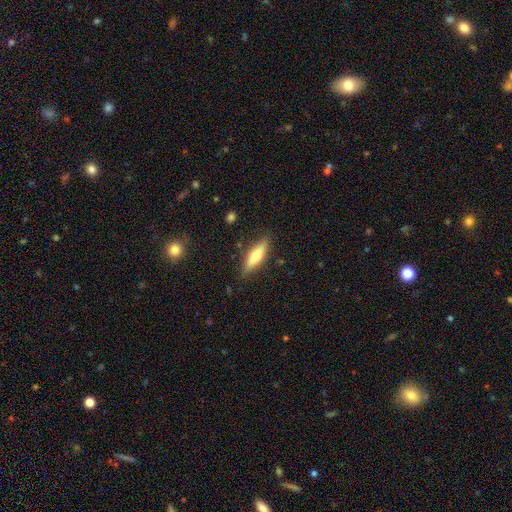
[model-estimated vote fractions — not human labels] Morphology: type=smooth (56%); roundness=cigar-shaped (63%); merging=none (85%).